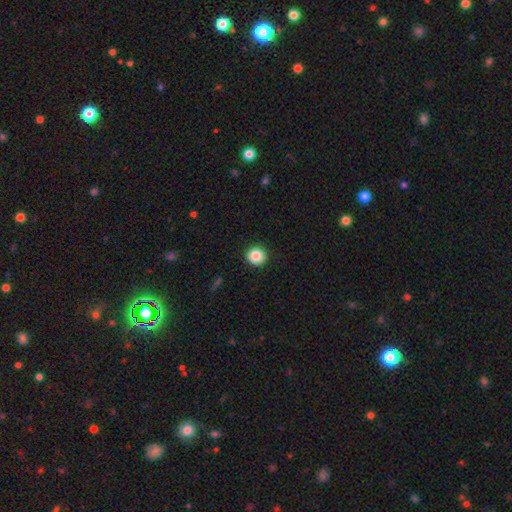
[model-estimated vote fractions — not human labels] Q: Smooth or featured?
A: smooth (86%); runner-up: star or artifact (10%)
Q: How rounded?
A: round (92%); runner-up: in between (7%)
Q: Merging?
A: none (92%); runner-up: minor disturbance (6%)